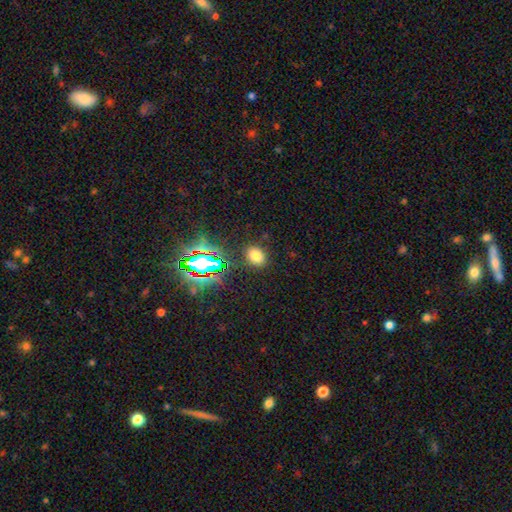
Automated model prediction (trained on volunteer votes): Smooth or featured? smooth (71%)
How rounded? in between (60%)
Merging? none (85%)